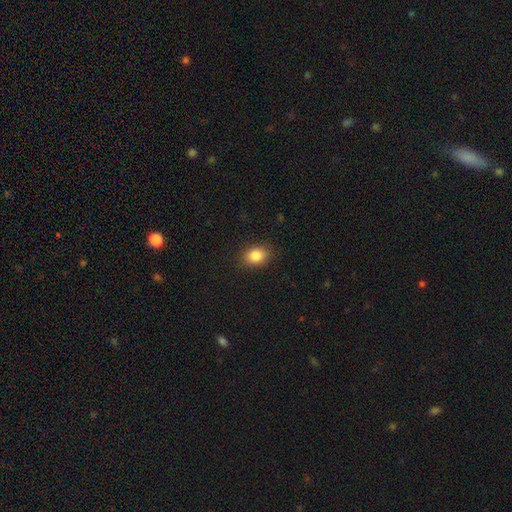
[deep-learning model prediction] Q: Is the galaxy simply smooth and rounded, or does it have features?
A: smooth — 85%.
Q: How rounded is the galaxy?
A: in between — 65%.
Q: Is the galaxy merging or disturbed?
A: none — 87%.